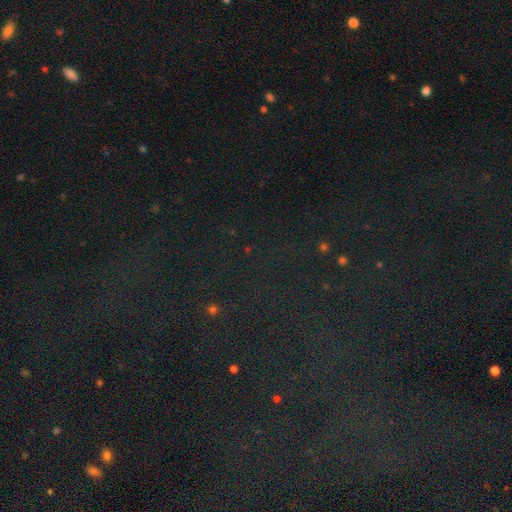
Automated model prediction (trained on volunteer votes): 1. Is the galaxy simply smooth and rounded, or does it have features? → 81% star or artifact, 11% smooth, 8% featured or disk.